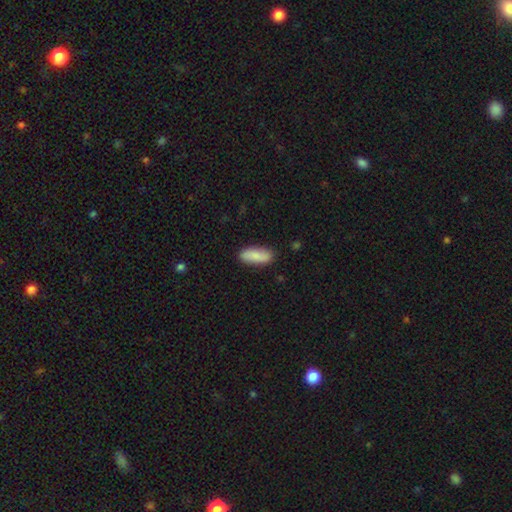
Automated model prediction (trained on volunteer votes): Morphology: type=smooth (80%); roundness=in between (76%); merging=none (83%).